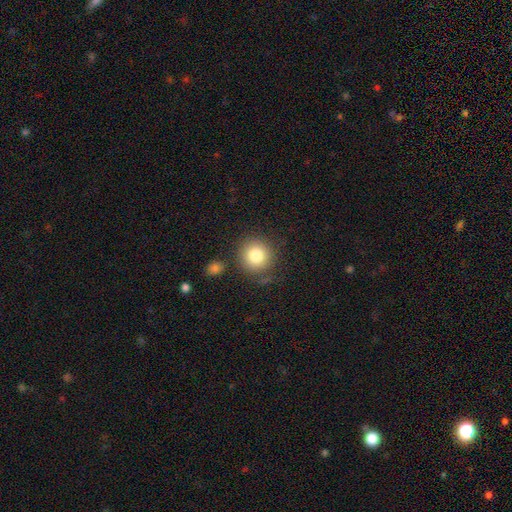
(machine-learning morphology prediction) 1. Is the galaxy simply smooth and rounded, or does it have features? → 82% smooth, 10% star or artifact, 8% featured or disk.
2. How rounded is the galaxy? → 92% round, 7% in between, 1% cigar-shaped.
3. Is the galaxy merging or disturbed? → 81% none, 10% minor disturbance, 5% merger, 4% major disturbance.